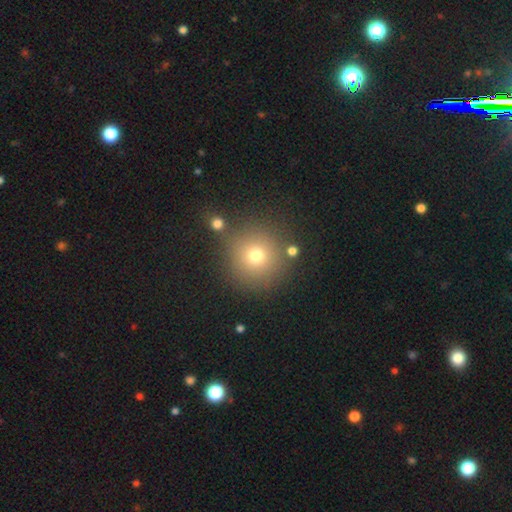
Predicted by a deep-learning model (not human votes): Smooth or featured? Predicted: smooth (p=0.72). How rounded? Predicted: round (p=0.94). Merging? Predicted: none (p=0.81).